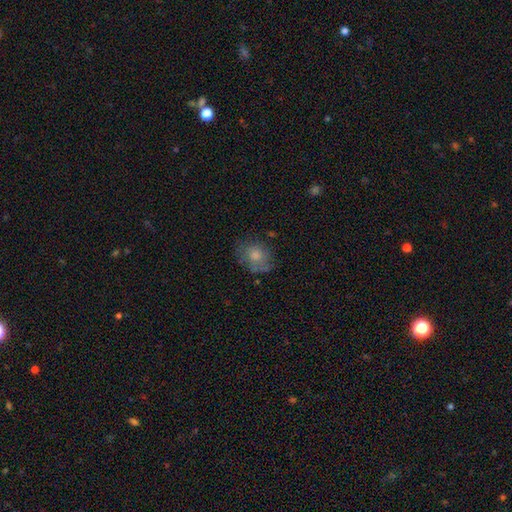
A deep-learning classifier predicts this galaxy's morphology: A smooth galaxy with no disk features (72%) that is round (53%). Merging: none (59%).